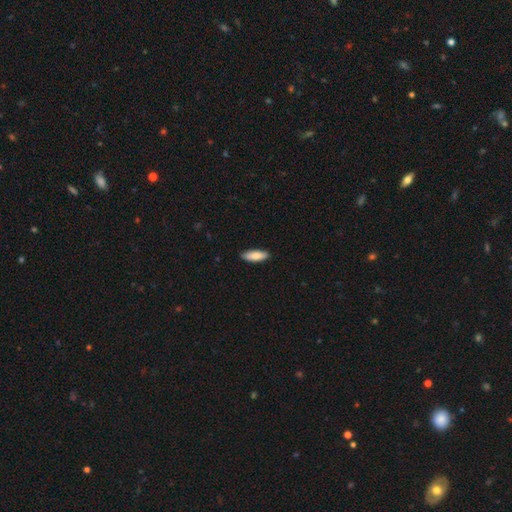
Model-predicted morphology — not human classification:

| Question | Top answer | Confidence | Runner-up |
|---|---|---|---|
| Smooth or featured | smooth | 83% | featured or disk (12%) |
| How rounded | in between | 66% | cigar-shaped (32%) |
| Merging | none | 88% | minor disturbance (10%) |